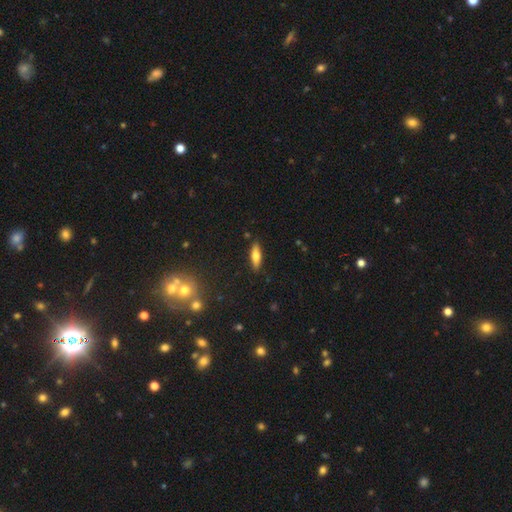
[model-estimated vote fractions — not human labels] Smooth or featured: smooth — 60% (featured or disk — 32%)
How rounded: cigar-shaped — 55% (in between — 42%)
Merging: none — 88% (minor disturbance — 8%)